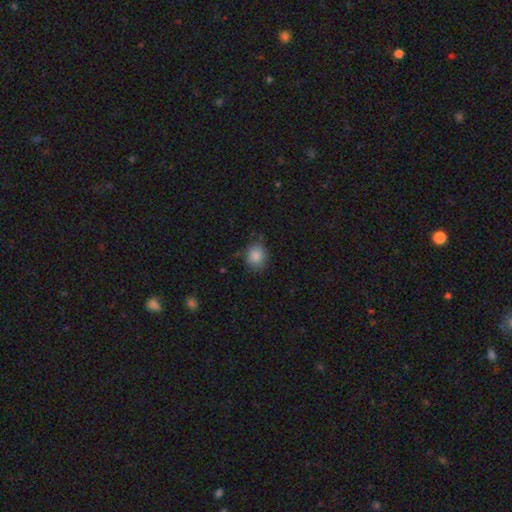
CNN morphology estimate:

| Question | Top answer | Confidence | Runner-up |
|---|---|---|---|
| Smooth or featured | smooth | 86% | star or artifact (9%) |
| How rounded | round | 76% | in between (23%) |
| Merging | none | 75% | minor disturbance (18%) |